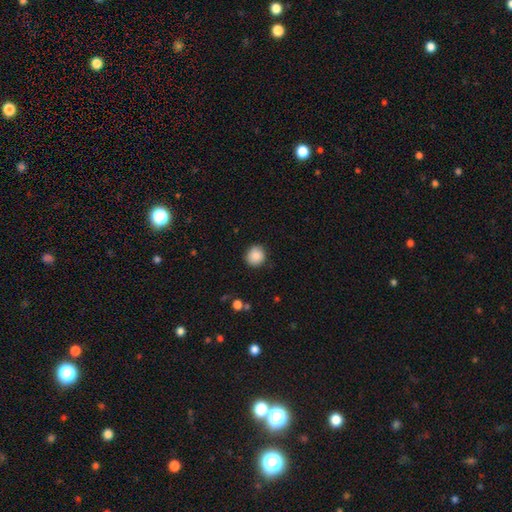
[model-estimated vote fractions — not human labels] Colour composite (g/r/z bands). It shows a smooth galaxy with no disk features (87%) that is round (91%). Merging: none (88%).